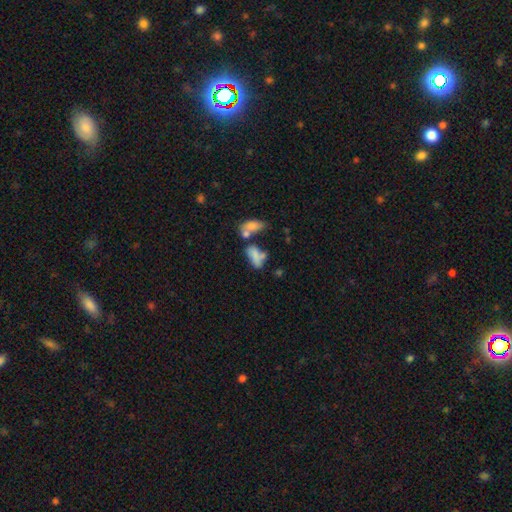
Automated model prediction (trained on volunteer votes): smooth-or-featured: smooth: 66% | featured or disk: 22% | star or artifact: 11%
  how-rounded: in between: 84% | cigar-shaped: 10% | round: 5%
  merging: merger: 43% | none: 26% | minor disturbance: 16% | major disturbance: 14%